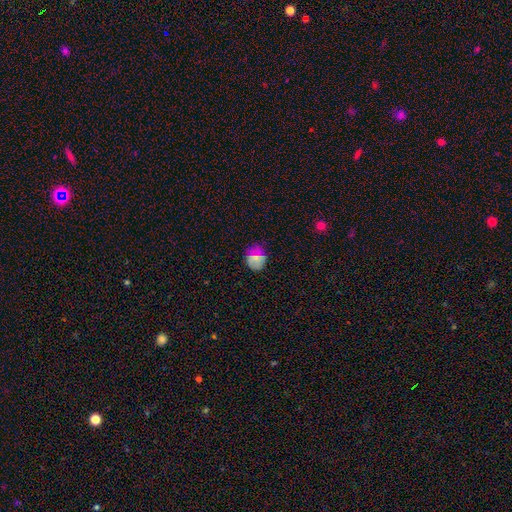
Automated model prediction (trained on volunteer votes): smooth_or_featured: smooth (p=0.66) [alt: star or artifact p=0.18]
how_rounded: round (p=0.75) [alt: in between p=0.24]
merging: none (p=0.78) [alt: minor disturbance p=0.16]